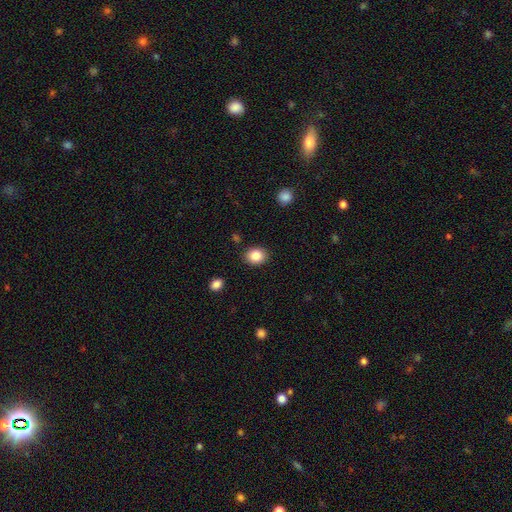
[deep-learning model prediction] The model was most divided on "how rounded": round: 54%, in between: 45%, cigar-shaped: 1%. More confident: merging — none (88%); smooth or featured — smooth (86%).